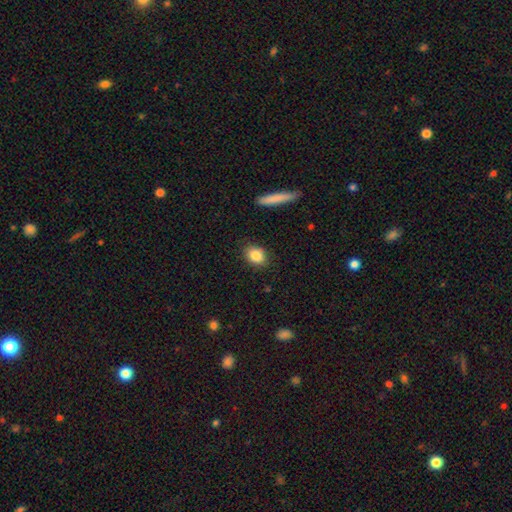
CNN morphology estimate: A smooth galaxy with no disk features (85%) that is in between round and cigar-shaped (65%).

Vote fractions:
- Smooth or featured? smooth: 85% / star or artifact: 8% / featured or disk: 7%
- How rounded? in between: 65% / round: 33% / cigar-shaped: 3%
- Merging? none: 86% / minor disturbance: 10% / major disturbance: 2% / merger: 1%